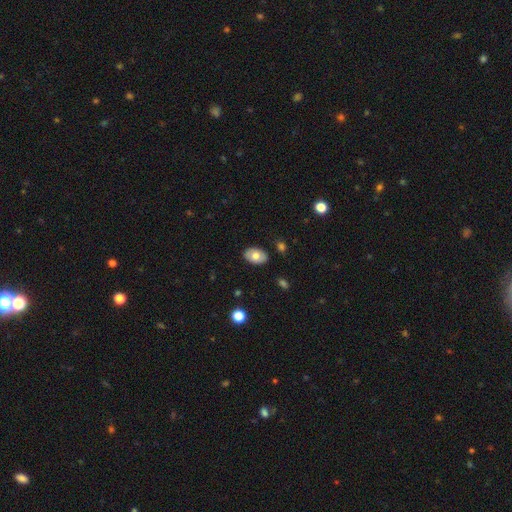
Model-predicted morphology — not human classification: smooth 70%, featured or disk 24%, star or artifact 7%. Down the decision tree: how rounded — in between (88%); merging — none (86%).